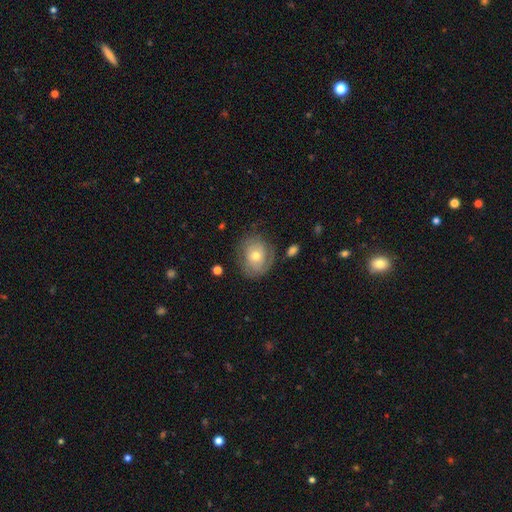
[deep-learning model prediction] This is possibly a smooth galaxy (46%). Merging: likely none (68%).